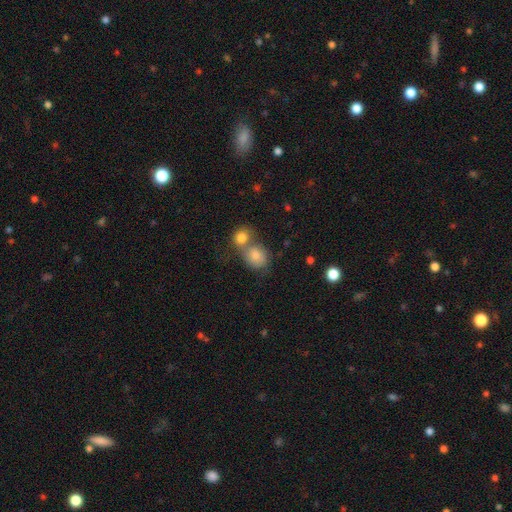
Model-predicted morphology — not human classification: The model was most divided on "how rounded": round: 62%, in between: 37%, cigar-shaped: 1%. More confident: smooth or featured — smooth (77%); merging — merger (58%).